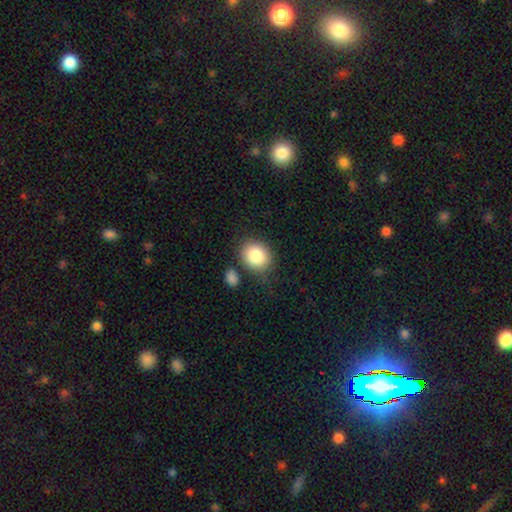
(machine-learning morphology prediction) The model was most divided on "how rounded": round: 59%, in between: 40%, cigar-shaped: 1%. More confident: smooth or featured — smooth (85%); merging — none (74%).